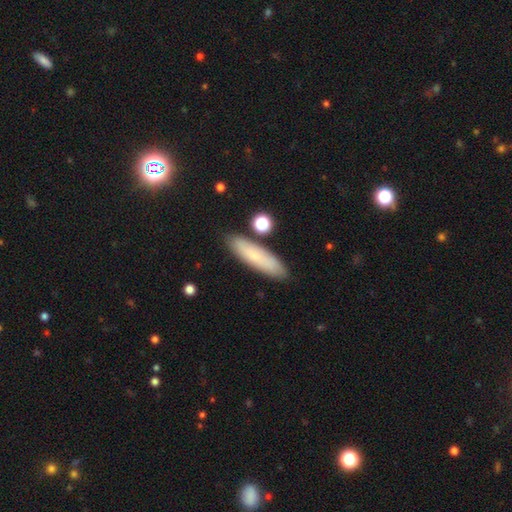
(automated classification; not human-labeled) A smooth galaxy with no disk features (72%) that is cigar-shaped (70%).

Vote fractions:
- Smooth or featured? smooth: 72% / featured or disk: 20% / star or artifact: 8%
- How rounded? cigar-shaped: 70% / in between: 28% / round: 2%
- Merging? none: 84% / minor disturbance: 10% / merger: 4% / major disturbance: 2%